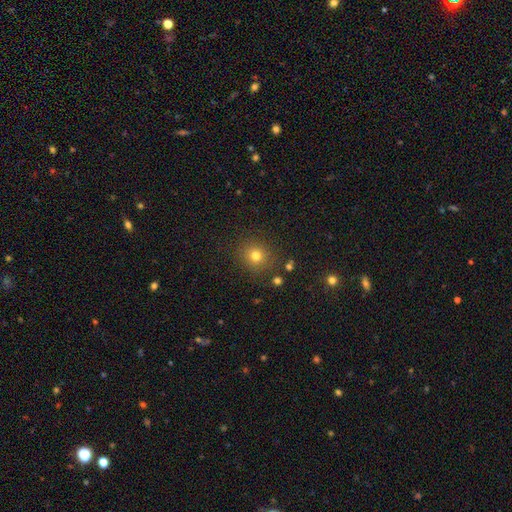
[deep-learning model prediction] Smooth or featured?
  - smooth: 77% *
  - star or artifact: 16%
  - featured or disk: 7%
How rounded?
  - round: 87% *
  - in between: 12%
  - cigar-shaped: 1%
Merging?
  - none: 86% *
  - minor disturbance: 8%
  - major disturbance: 3%
  - merger: 2%